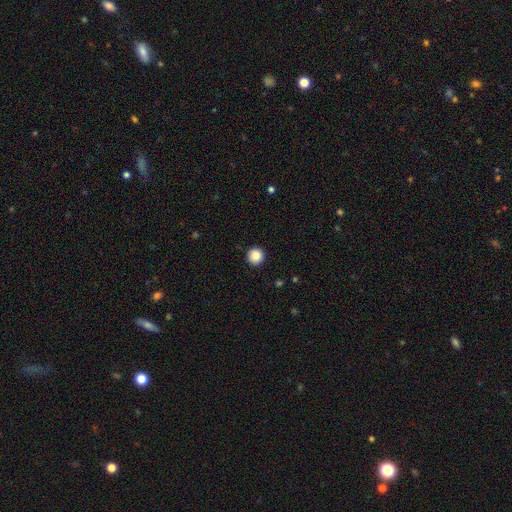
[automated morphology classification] Smooth or featured?
  - smooth: 88% *
  - star or artifact: 10%
  - featured or disk: 3%
How rounded?
  - round: 96% *
  - in between: 3%
  - cigar-shaped: 1%
Merging?
  - none: 92% *
  - minor disturbance: 5%
  - major disturbance: 2%
  - merger: 1%